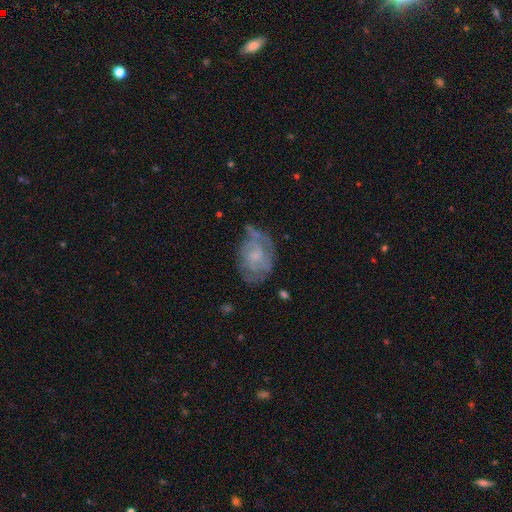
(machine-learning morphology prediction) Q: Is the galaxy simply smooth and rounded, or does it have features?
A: featured or disk — 64%.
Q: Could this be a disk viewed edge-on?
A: no — 97%.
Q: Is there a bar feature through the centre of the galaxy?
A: no — 72%.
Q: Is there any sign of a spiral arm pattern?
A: yes — 72%.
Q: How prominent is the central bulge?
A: small — 47%.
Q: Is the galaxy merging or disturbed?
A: none — 50%.